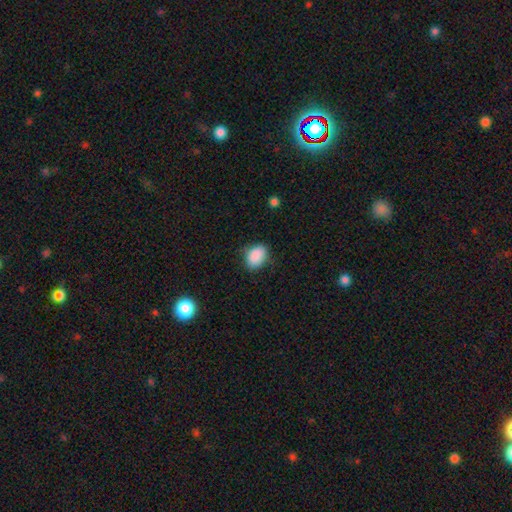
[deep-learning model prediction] A smooth galaxy with no disk features (88%) that is in between round and cigar-shaped (78%).

Vote fractions:
- Smooth or featured? smooth: 88% / star or artifact: 8% / featured or disk: 4%
- How rounded? in between: 78% / round: 21% / cigar-shaped: 1%
- Merging? none: 75% / minor disturbance: 19% / major disturbance: 4% / merger: 1%